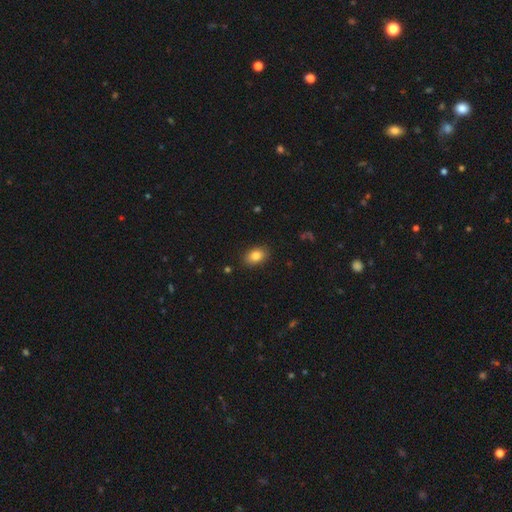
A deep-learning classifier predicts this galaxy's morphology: Smooth or featured: smooth — 85% (star or artifact — 8%)
How rounded: in between — 84% (round — 15%)
Merging: none — 88% (minor disturbance — 9%)